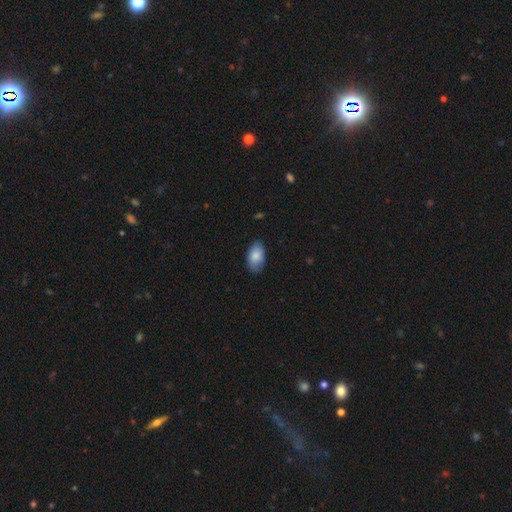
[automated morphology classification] smooth_or_featured: smooth (p=0.83) [alt: featured or disk p=0.11]
how_rounded: in between (p=0.93) [alt: round p=0.06]
merging: none (p=0.76) [alt: minor disturbance p=0.20]